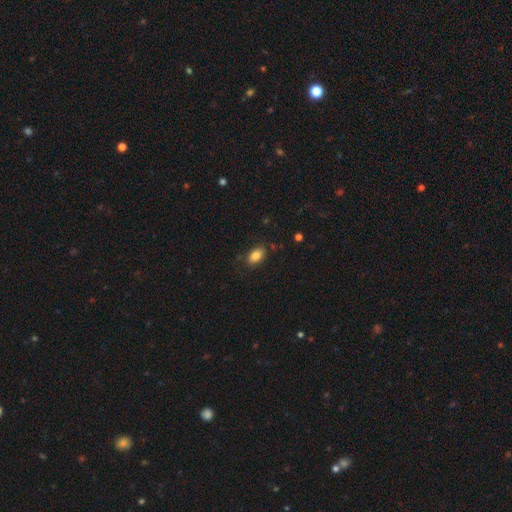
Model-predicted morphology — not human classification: Smooth or featured: smooth — 84% (star or artifact — 9%)
How rounded: in between — 88% (round — 10%)
Merging: none — 84% (minor disturbance — 11%)